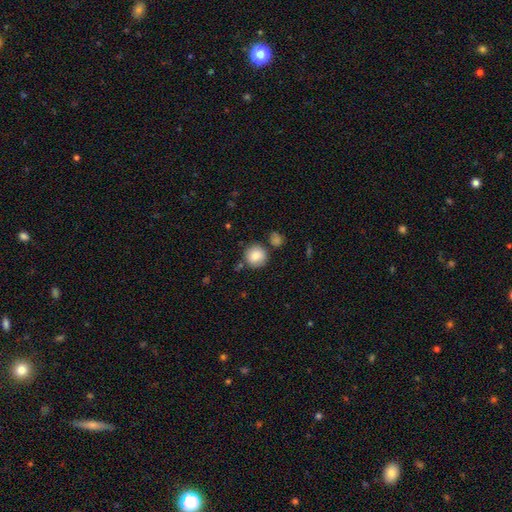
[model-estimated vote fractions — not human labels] Smooth or featured: smooth — 85% (star or artifact — 8%)
How rounded: round — 92% (in between — 7%)
Merging: none — 79% (minor disturbance — 11%)